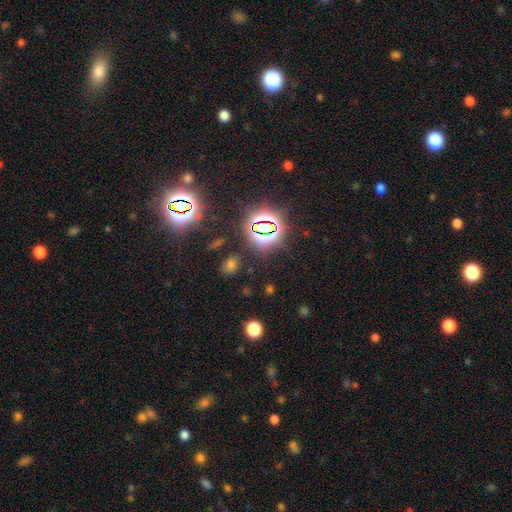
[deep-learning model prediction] Morphology: type=star or artifact (82%).